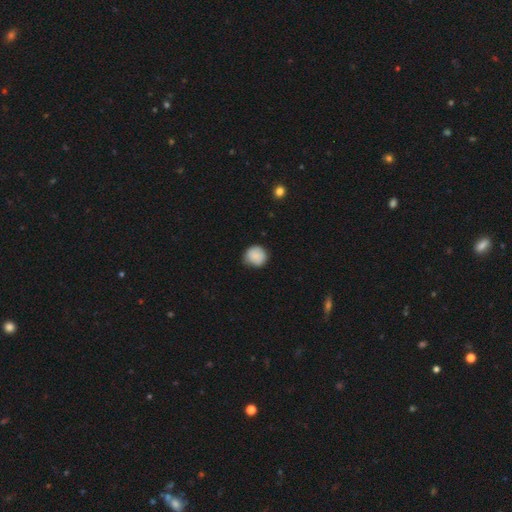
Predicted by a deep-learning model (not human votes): This is clearly a smooth galaxy (87%). How rounded: clearly round (91%). Merging: likely none (76%).